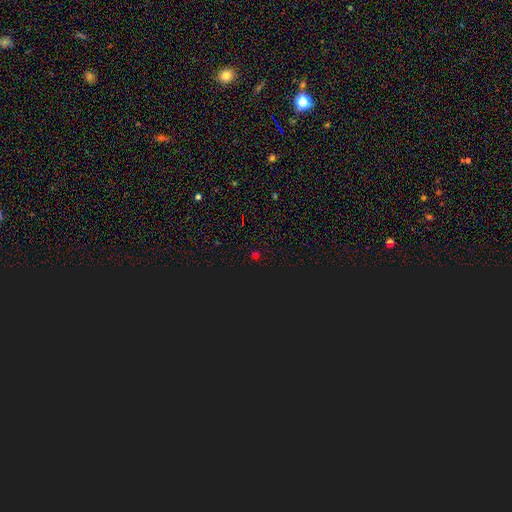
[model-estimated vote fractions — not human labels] A star or artifact, not a galaxy (62%).